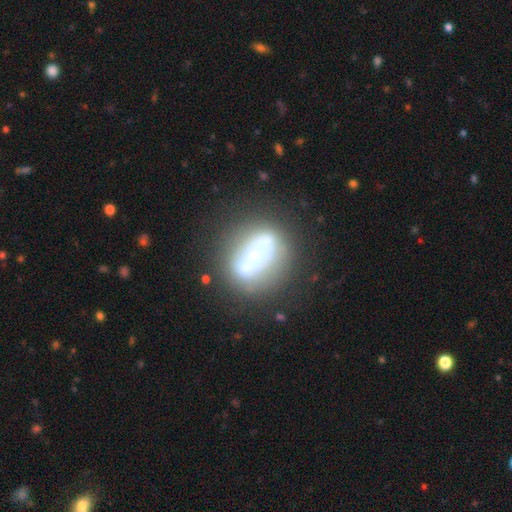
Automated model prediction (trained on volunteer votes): This appears to be a smooth galaxy with no disk features (44%, tied with featured or disk). Merging: none (41%).